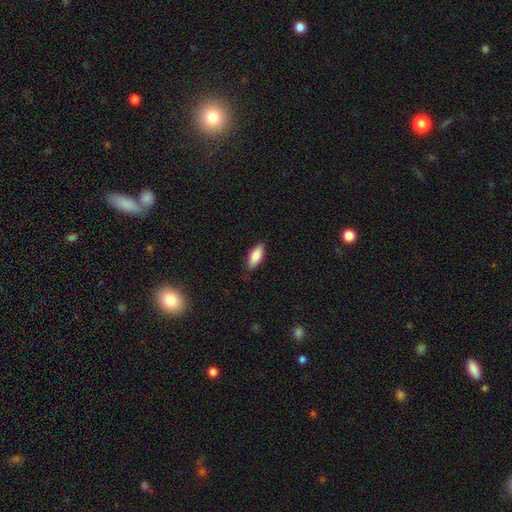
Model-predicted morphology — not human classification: smooth-or-featured: smooth: 86% | featured or disk: 8% | star or artifact: 6%
  how-rounded: in between: 86% | cigar-shaped: 12% | round: 2%
  merging: none: 84% | minor disturbance: 13% | major disturbance: 2% | merger: 1%